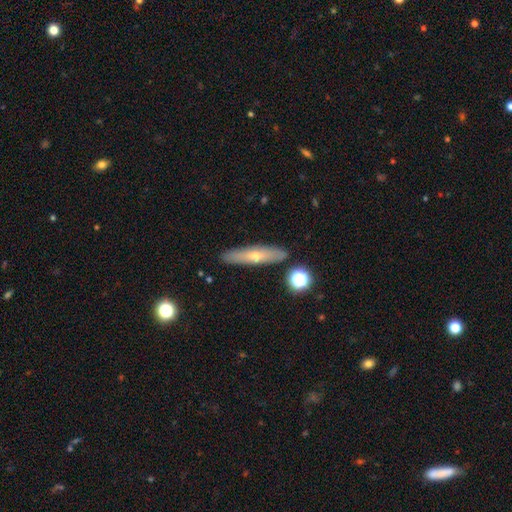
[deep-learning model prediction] Smooth or featured?
  - smooth: 49% *
  - featured or disk: 43%
  - star or artifact: 8%
Merging?
  - none: 87% *
  - minor disturbance: 8%
  - merger: 3%
  - major disturbance: 2%